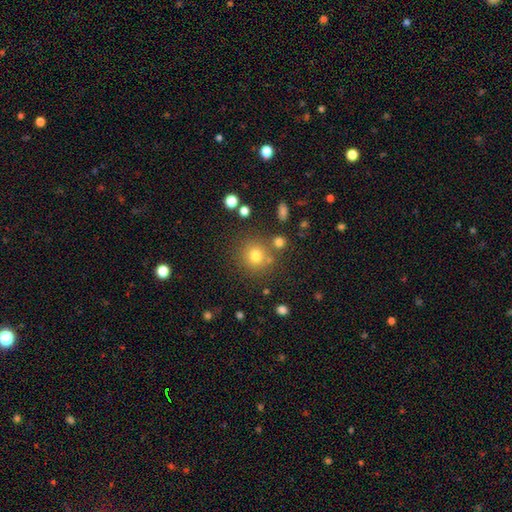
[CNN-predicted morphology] This is likely a smooth galaxy (76%). How rounded: clearly round (91%). Merging: likely none (78%).